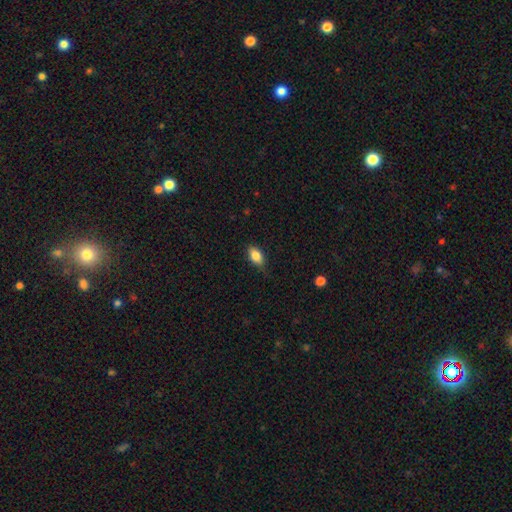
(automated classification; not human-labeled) This appears to be a smooth galaxy with no disk features (84%) that is in between round and cigar-shaped (89%). Merging: none (78%).